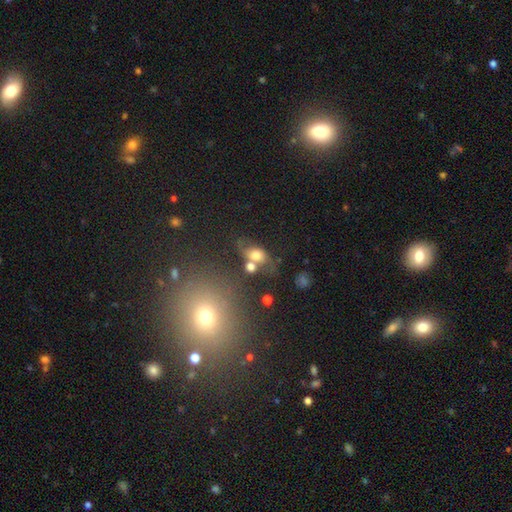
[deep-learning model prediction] smooth 63%, featured or disk 25%, star or artifact 13%. Down the decision tree: how rounded — in between (66%); merging — merger (36%).